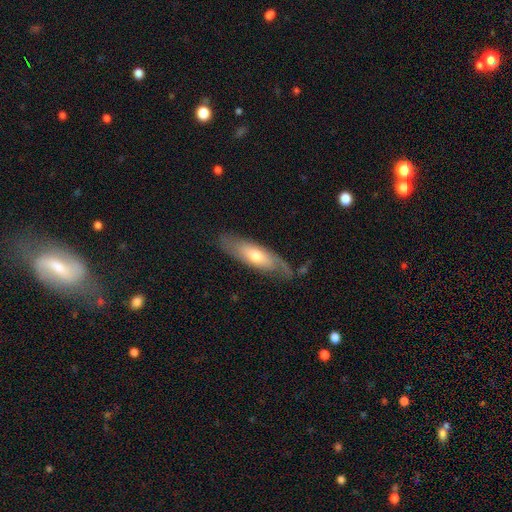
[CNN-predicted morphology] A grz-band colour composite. It shows a featured or disk galaxy (52%). Merging: none (71%).